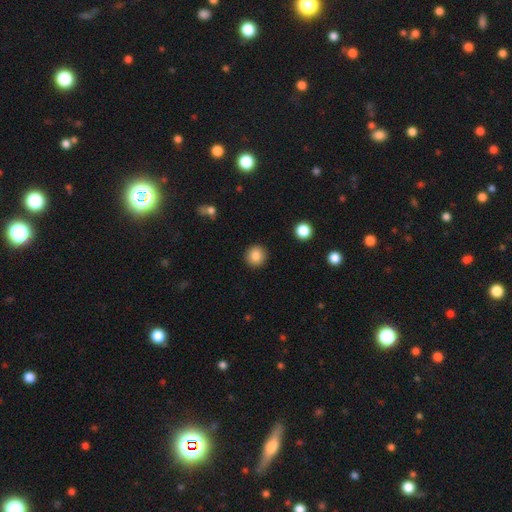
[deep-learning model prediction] A smooth galaxy with no disk features (86%) that is round (93%).

Vote fractions:
- Smooth or featured? smooth: 86% / star or artifact: 9% / featured or disk: 5%
- How rounded? round: 93% / in between: 6% / cigar-shaped: 1%
- Merging? none: 92% / minor disturbance: 5% / major disturbance: 2% / merger: 1%